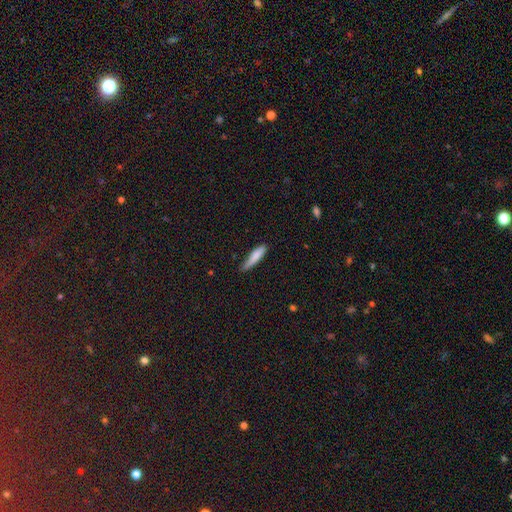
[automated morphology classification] type=smooth (80%); roundness=cigar-shaped (83%); merging=none (62%).